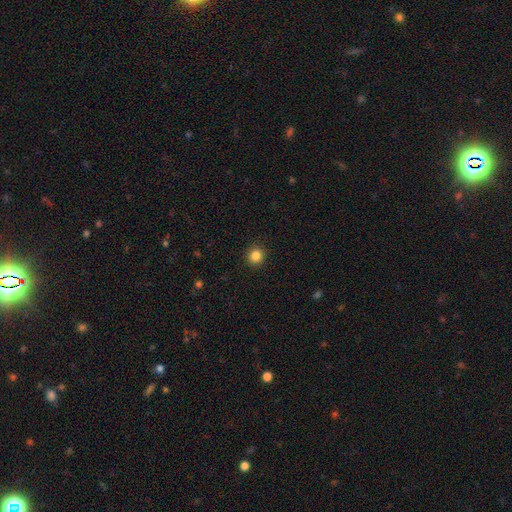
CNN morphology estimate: A smooth galaxy with no disk features (85%) that is round (91%).

Vote fractions:
- Smooth or featured? smooth: 85% / star or artifact: 11% / featured or disk: 4%
- How rounded? round: 91% / in between: 8% / cigar-shaped: 1%
- Merging? none: 92% / minor disturbance: 5% / major disturbance: 2% / merger: 1%